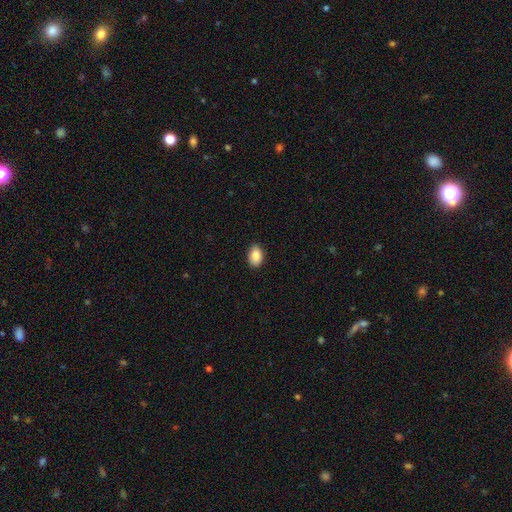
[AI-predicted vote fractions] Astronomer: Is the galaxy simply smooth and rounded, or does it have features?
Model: smooth — 88%.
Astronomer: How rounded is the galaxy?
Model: in between — 85%.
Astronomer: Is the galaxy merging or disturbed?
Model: none — 87%.